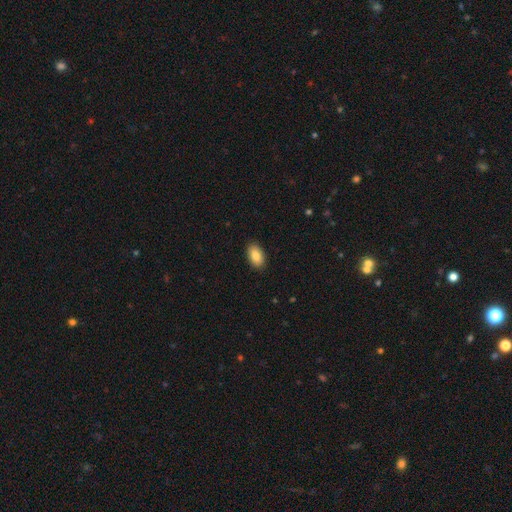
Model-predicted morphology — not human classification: Smooth or featured? smooth (85%)
How rounded? in between (93%)
Merging? none (90%)